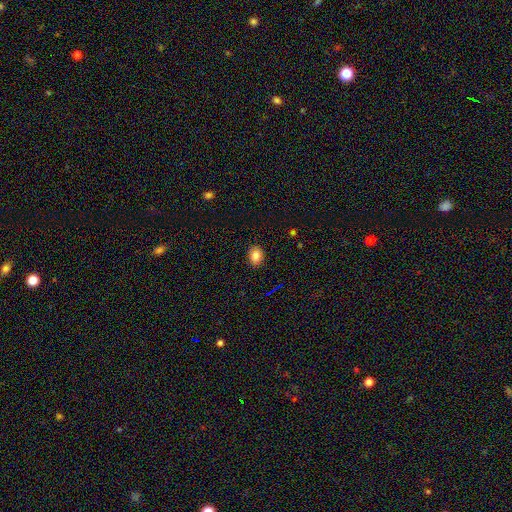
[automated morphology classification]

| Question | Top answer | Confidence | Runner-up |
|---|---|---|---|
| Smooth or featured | smooth | 83% | star or artifact (11%) |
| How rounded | in between | 64% | round (35%) |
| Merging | none | 87% | minor disturbance (9%) |